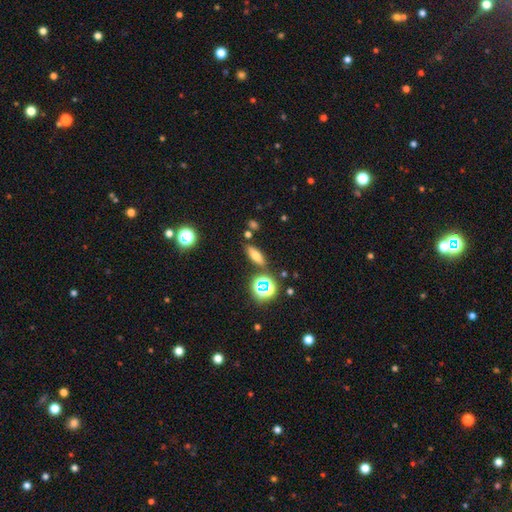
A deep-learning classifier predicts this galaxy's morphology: Overall: smooth (63%). How rounded: in between (55%; cigar-shaped 36%). Merging: none (81%).